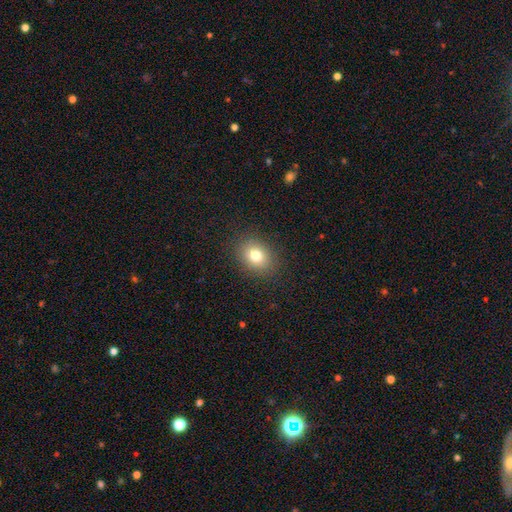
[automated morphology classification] This appears to be a smooth galaxy with no disk features (79%) that is in between round and cigar-shaped (54%). Merging: none (88%).